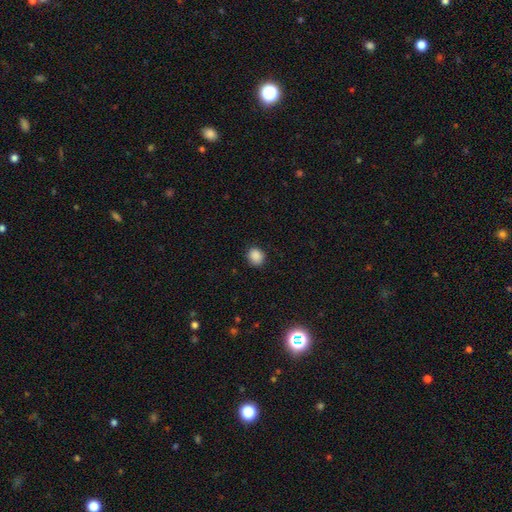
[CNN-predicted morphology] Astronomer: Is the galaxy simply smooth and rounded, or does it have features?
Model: smooth — 88%.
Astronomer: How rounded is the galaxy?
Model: round — 73%.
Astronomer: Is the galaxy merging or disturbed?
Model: none — 86%.